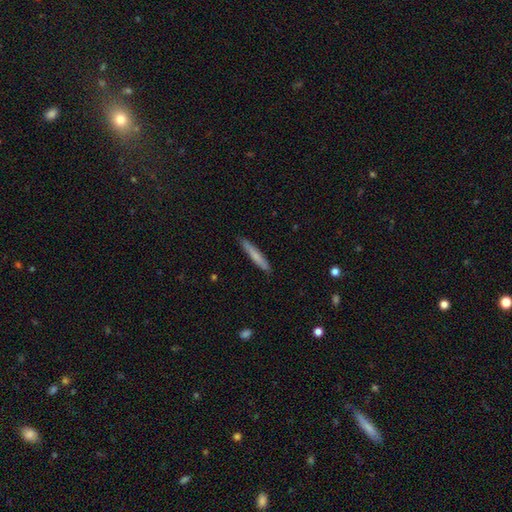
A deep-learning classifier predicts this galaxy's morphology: smooth_or_featured: smooth (p=0.69) [alt: featured or disk p=0.25]
how_rounded: cigar-shaped (p=0.95) [alt: in between p=0.04]
merging: none (p=0.89) [alt: minor disturbance p=0.08]